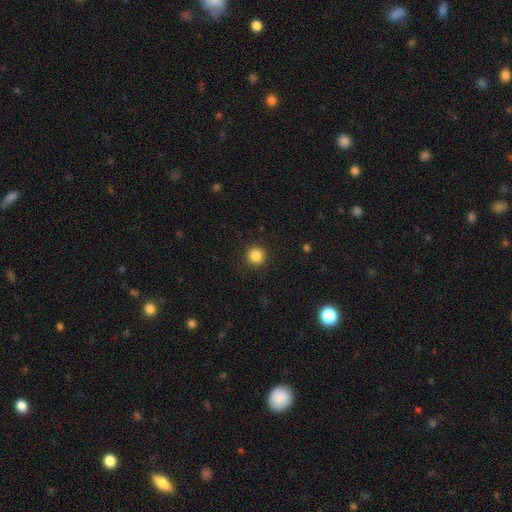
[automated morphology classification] Smooth or featured: smooth — 86% (star or artifact — 11%)
How rounded: round — 95% (in between — 4%)
Merging: none — 92% (minor disturbance — 5%)